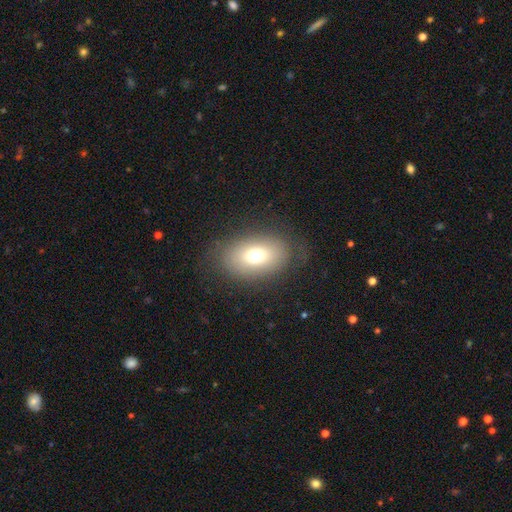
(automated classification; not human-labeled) This is likely a smooth galaxy (71%). How rounded: likely in between (79%). Merging: likely none (77%).